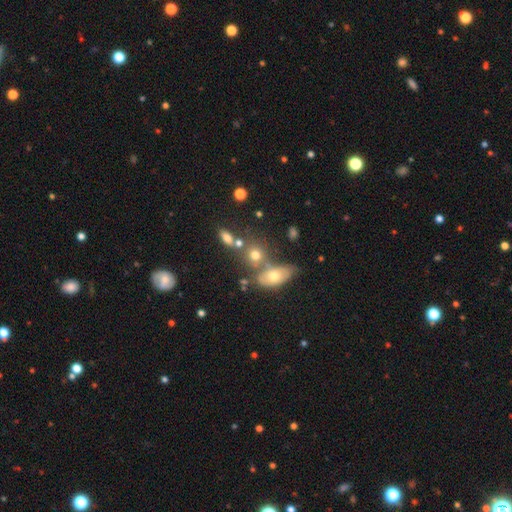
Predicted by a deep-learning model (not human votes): Overall: smooth (54%; featured or disk 26%). How rounded: in between (52%; round 41%). Merging: none (45%; merger 36%).